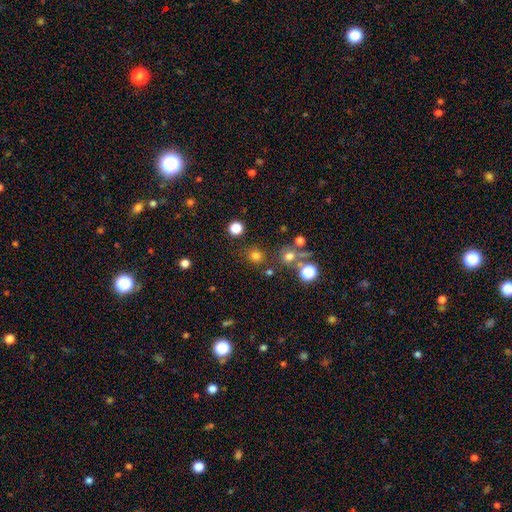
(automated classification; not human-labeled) This appears to be a smooth galaxy with no disk features (73%) that is round (88%). Merging: none (77%).